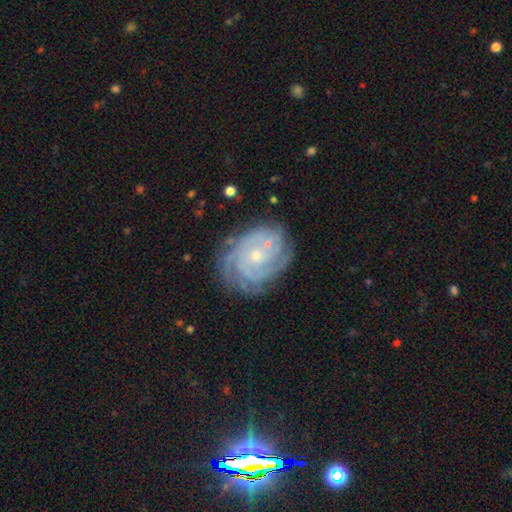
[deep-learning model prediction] This appears to be a featured or disk galaxy (86%) with no bar (76%), 4 (26%) tight (78%) spiral arms (97%) and a small central bulge (69%). Merging: none (72%).